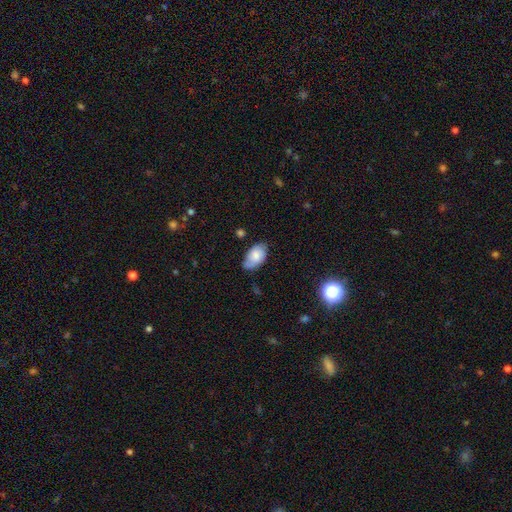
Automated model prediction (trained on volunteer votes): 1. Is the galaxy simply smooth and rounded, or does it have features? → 68% smooth, 24% featured or disk, 8% star or artifact.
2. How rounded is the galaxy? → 92% in between, 6% round, 2% cigar-shaped.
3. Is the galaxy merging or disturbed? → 62% none, 30% minor disturbance, 6% major disturbance, 2% merger.